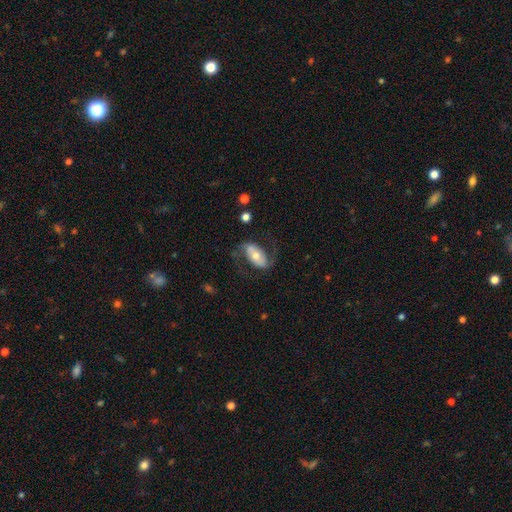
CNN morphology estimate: The model was most divided on "bar": no: 39%, strong: 32%, weak: 29%. Remaining: edge-on disk — no (93%); spiral arm count — 2 (88%); spiral arms — yes (84%); merging — none (65%); smooth or featured — featured or disk (65%); bulge size — moderate (58%); spiral winding — loose (50%).